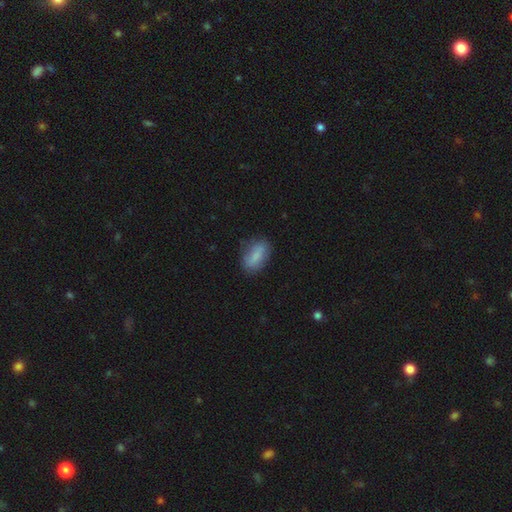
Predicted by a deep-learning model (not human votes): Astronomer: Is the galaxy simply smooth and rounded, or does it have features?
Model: smooth — 80%.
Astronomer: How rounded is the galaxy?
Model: in between — 88%.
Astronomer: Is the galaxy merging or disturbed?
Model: none — 70%.